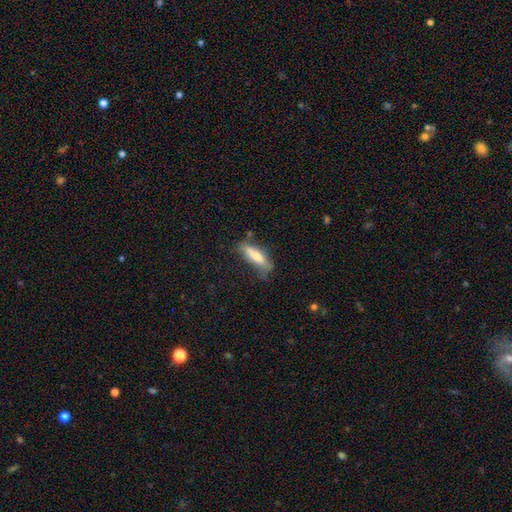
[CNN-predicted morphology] Smooth or featured? smooth (68%)
How rounded? cigar-shaped (54%)
Merging? none (57%)